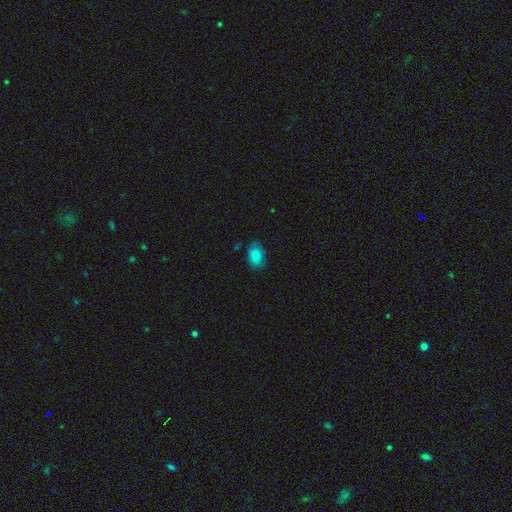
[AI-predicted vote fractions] smooth 86%, star or artifact 9%, featured or disk 5%. Down the decision tree: how rounded — in between (84%); merging — none (80%).